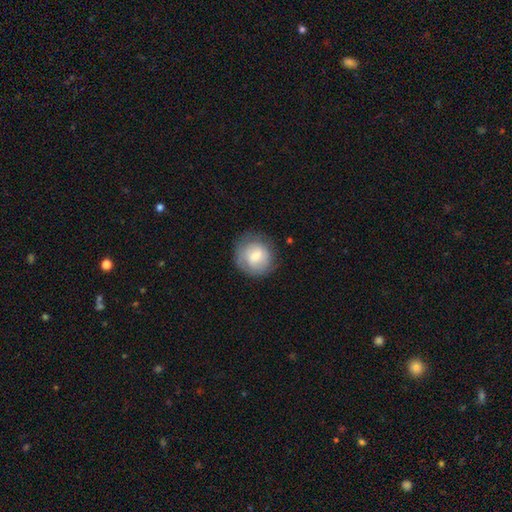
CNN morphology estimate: Smooth or featured?
  - smooth: 59% *
  - featured or disk: 34%
  - star or artifact: 7%
How rounded?
  - round: 89% *
  - in between: 10%
  - cigar-shaped: 1%
Merging?
  - none: 76% *
  - minor disturbance: 17%
  - major disturbance: 6%
  - merger: 1%